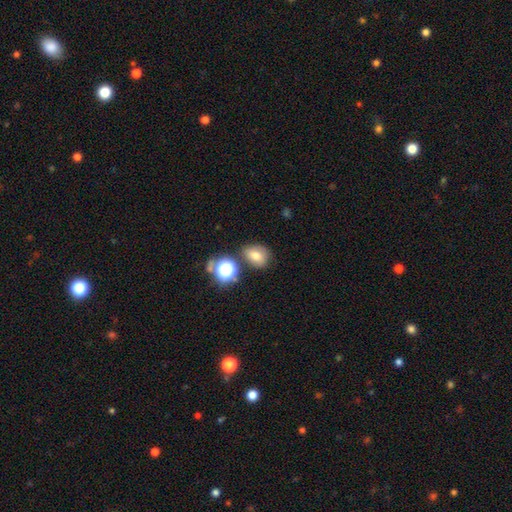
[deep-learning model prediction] Smooth or featured: smooth — 71% (star or artifact — 17%)
How rounded: round — 52% (in between — 47%)
Merging: none — 71% (minor disturbance — 14%)